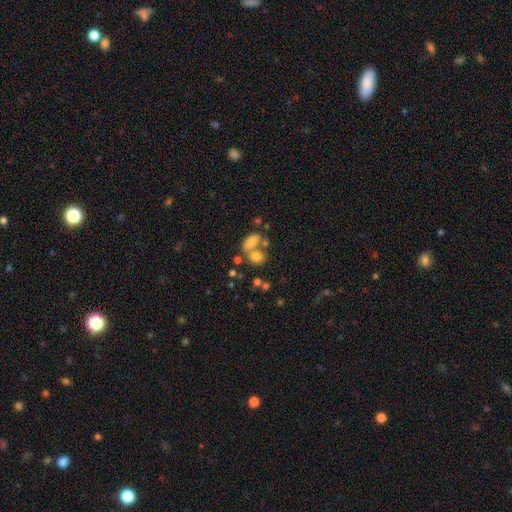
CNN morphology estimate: smooth-or-featured: star or artifact: 48% | smooth: 28% | featured or disk: 24%